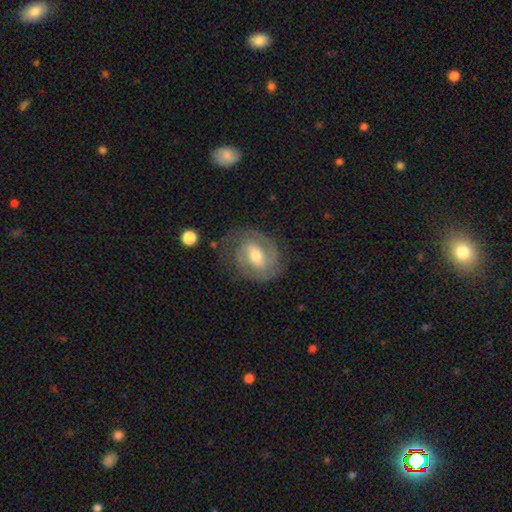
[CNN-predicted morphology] A featured or disk galaxy (79%) with a weak bar (48%), 2 (68%) tight (57%) spiral arms (90%) and a moderate central bulge (69%).

Vote fractions:
- Smooth or featured? featured or disk: 79% / smooth: 14% / star or artifact: 6%
- Edge-on disk? no: 97% / yes: 3%
- Bar? weak: 48% / strong: 26% / no: 26%
- Spiral arms? yes: 90% / no: 10%
- Spiral winding? tight: 57% / medium: 34% / loose: 8%
- Spiral arm count? 2: 68% / can't tell: 16% / 3: 8% / 1: 4% / 4: 2% / more than 4: 2%
- Bulge size? moderate: 69% / small: 24% / large: 5% / none: 1% / dominant: 1%
- Merging? none: 74% / minor disturbance: 16% / major disturbance: 8% / merger: 1%